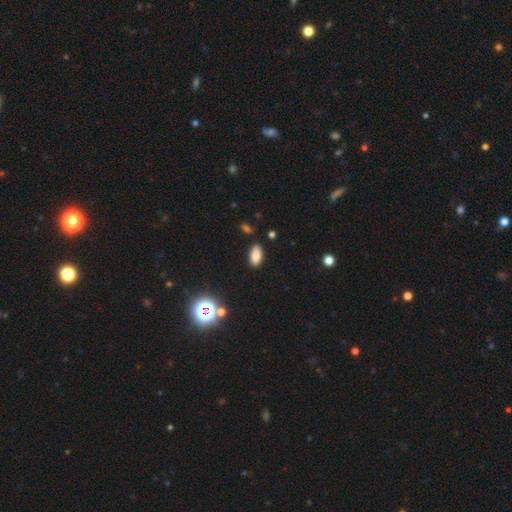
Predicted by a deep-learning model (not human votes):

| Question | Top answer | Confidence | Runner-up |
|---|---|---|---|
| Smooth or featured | smooth | 83% | star or artifact (12%) |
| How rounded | in between | 92% | cigar-shaped (5%) |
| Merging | none | 82% | minor disturbance (14%) |